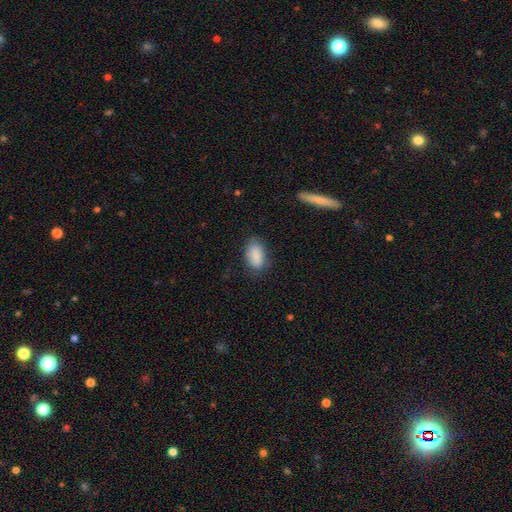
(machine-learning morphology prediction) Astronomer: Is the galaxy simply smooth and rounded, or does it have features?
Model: smooth — 87%.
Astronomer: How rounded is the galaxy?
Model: in between — 90%.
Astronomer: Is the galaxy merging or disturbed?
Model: none — 76%.